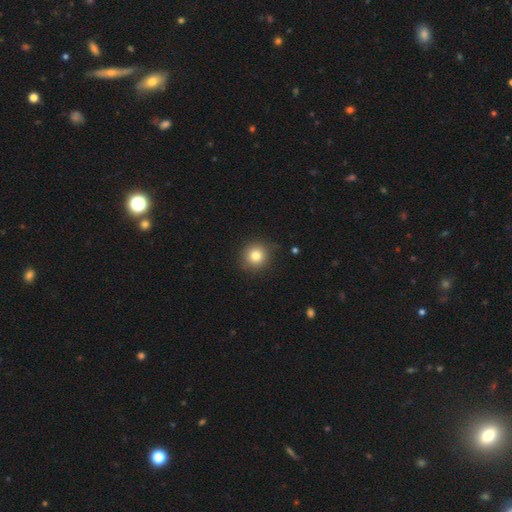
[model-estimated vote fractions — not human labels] Overall: smooth (81%). How rounded: round (92%). Merging: none (86%).